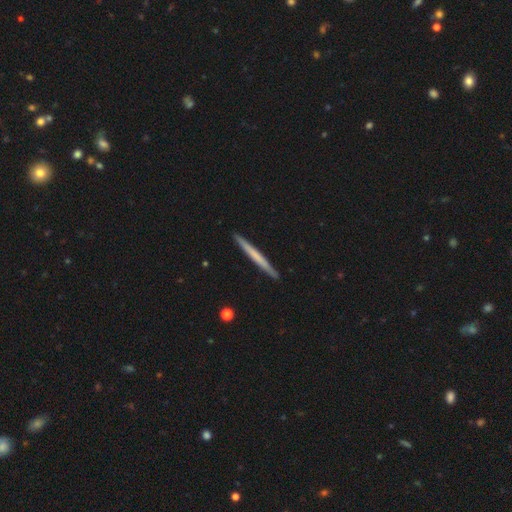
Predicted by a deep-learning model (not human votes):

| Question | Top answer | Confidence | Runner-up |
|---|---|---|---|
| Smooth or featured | smooth | 52% | featured or disk (43%) |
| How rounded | cigar-shaped | 97% | in between (2%) |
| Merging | none | 92% | minor disturbance (6%) |